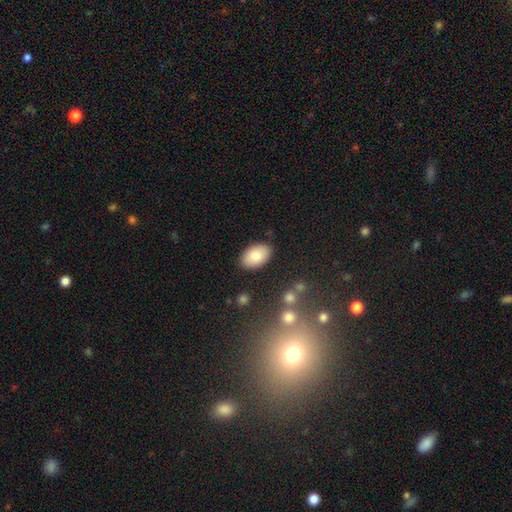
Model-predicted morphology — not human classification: Smooth or featured: smooth — 82% (featured or disk — 12%)
How rounded: in between — 92% (round — 7%)
Merging: none — 86% (minor disturbance — 9%)